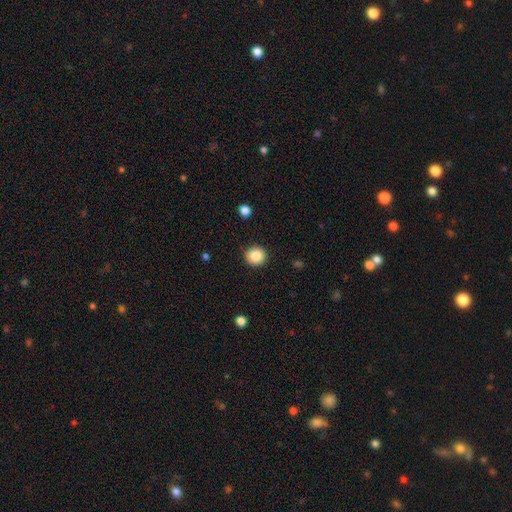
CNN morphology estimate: The model was most divided on "smooth or featured": smooth: 84%, star or artifact: 9%, featured or disk: 7%. More confident: how rounded — round (93%); merging — none (91%).